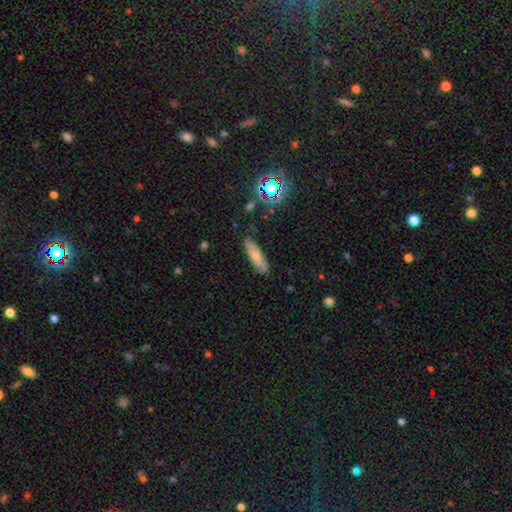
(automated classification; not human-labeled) Smooth or featured: smooth — 72% (featured or disk — 20%)
How rounded: cigar-shaped — 57% (in between — 41%)
Merging: none — 85% (minor disturbance — 11%)